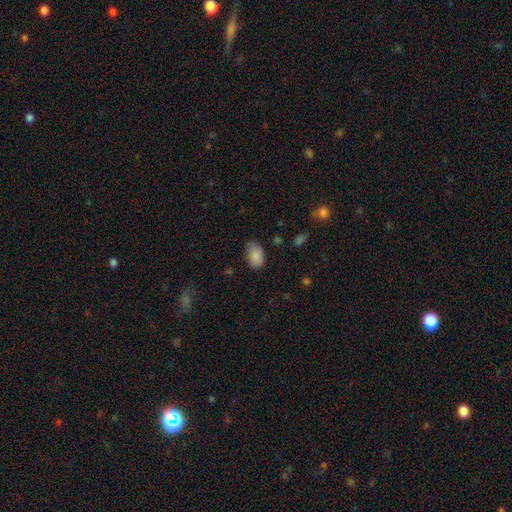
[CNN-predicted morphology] smooth-or-featured: smooth: 87% | star or artifact: 7% | featured or disk: 5%
  how-rounded: in between: 91% | round: 8% | cigar-shaped: 1%
  merging: none: 72% | minor disturbance: 22% | major disturbance: 4% | merger: 1%